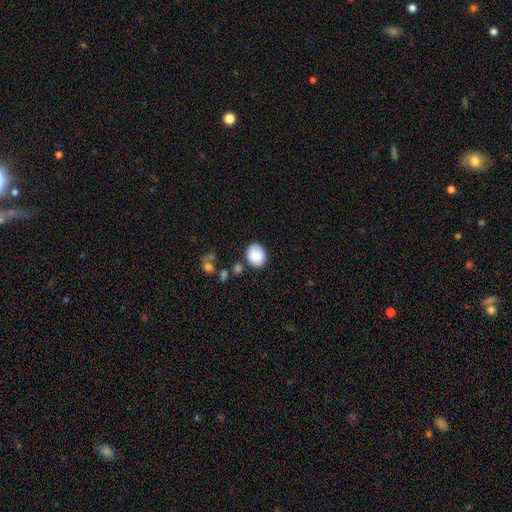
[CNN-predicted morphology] type=smooth (87%); roundness=in between (50%); merging=none (74%).